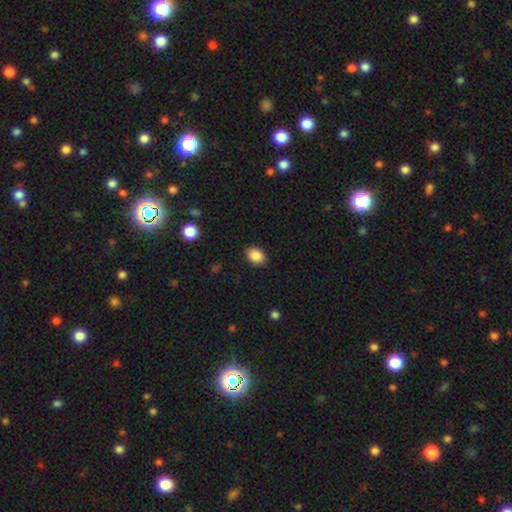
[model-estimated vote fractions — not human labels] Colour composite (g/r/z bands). It shows a smooth galaxy with no disk features (87%) that is in between round and cigar-shaped (72%). Merging: none (89%).